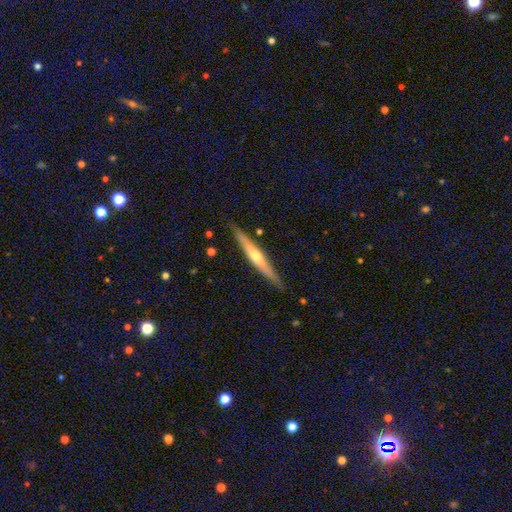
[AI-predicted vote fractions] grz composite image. It shows a featured or disk galaxy (64%) viewed edge-on (96%) with a rounded central bulge (76%). Merging: none (86%).